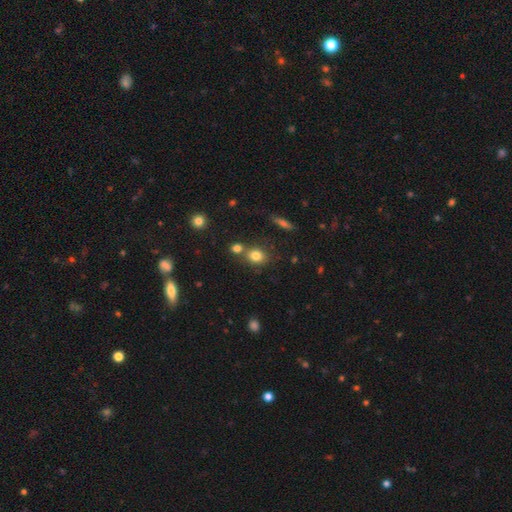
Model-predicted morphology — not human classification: type=smooth (79%); roundness=round (59%); merging=none (59%).